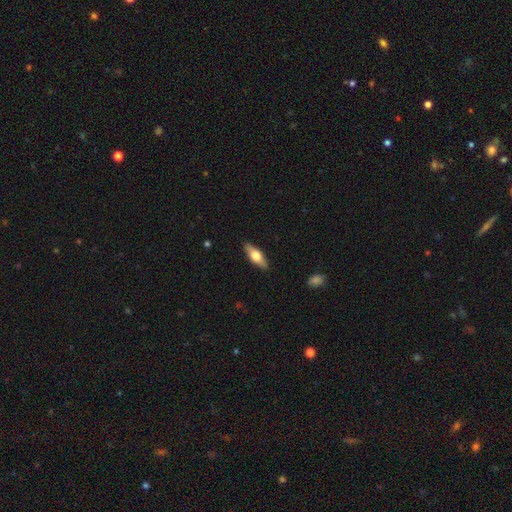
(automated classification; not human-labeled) smooth 48%, featured or disk 47%, star or artifact 5%. Down the decision tree: merging — none (89%).